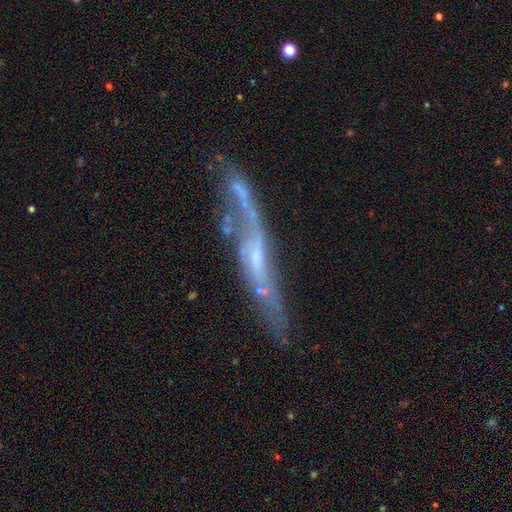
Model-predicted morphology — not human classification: smooth_or_featured: featured or disk (p=0.78) [alt: smooth p=0.13]
disk_edge_on: yes (p=0.56) [alt: no p=0.44]
merging: none (p=0.51) [alt: minor disturbance p=0.22]